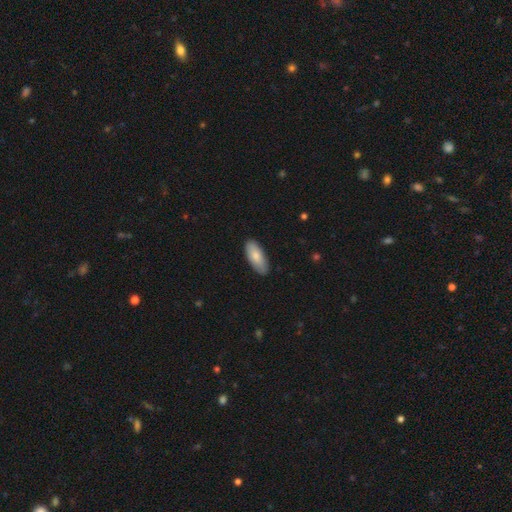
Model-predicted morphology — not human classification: Overall: smooth (83%). How rounded: in between (84%). Merging: none (87%).